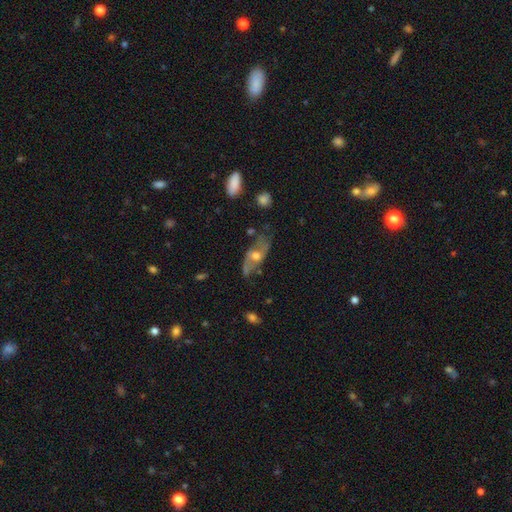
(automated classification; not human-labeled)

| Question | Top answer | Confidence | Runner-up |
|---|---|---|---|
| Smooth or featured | featured or disk | 67% | smooth (24%) |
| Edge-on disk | no | 79% | yes (21%) |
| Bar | no | 67% | weak (25%) |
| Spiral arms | yes | 73% | no (27%) |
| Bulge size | moderate | 69% | small (19%) |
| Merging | none | 63% | minor disturbance (23%) |